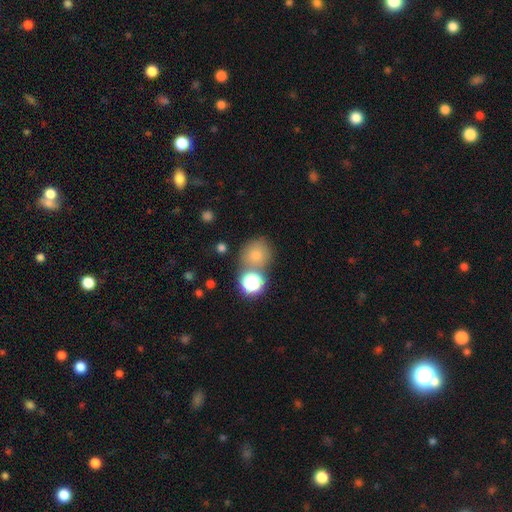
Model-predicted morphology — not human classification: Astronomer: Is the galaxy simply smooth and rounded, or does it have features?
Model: smooth — 75%.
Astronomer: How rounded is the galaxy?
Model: round — 82%.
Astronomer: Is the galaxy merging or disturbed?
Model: none — 61%.